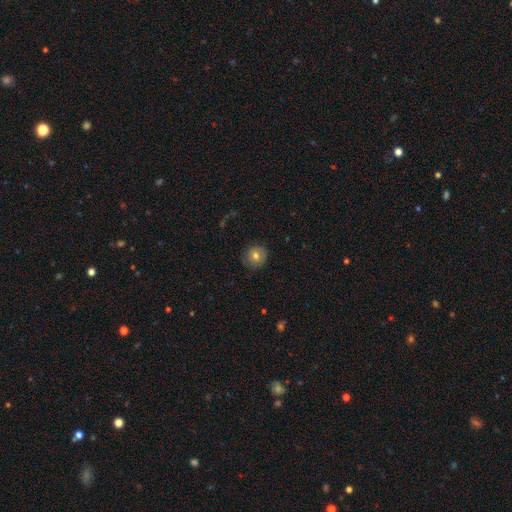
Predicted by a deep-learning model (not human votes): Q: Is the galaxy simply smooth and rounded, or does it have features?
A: smooth — 71%.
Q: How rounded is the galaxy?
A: round — 88%.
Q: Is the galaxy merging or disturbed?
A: none — 82%.